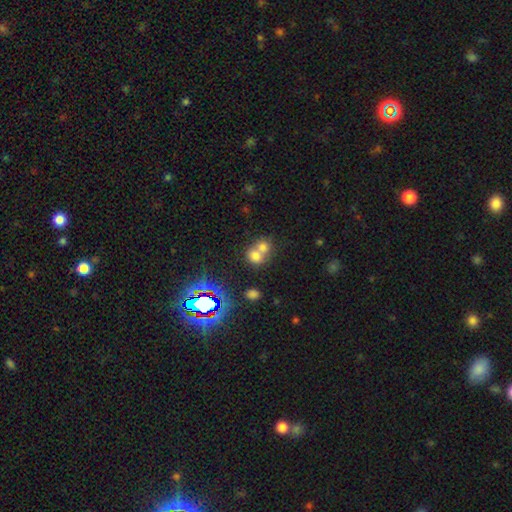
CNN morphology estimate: type=smooth (68%); roundness=round (64%); merging=merger (66%).